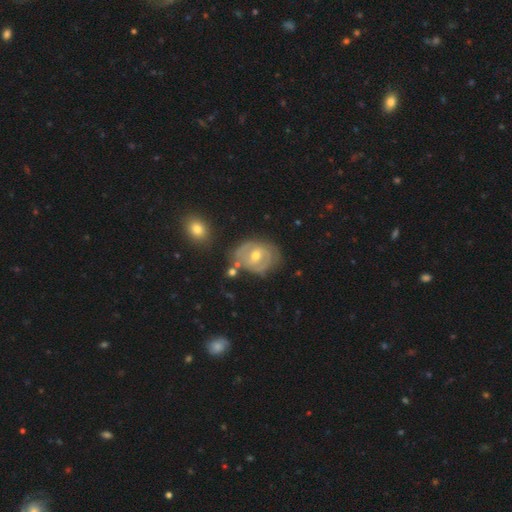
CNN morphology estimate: This is likely a featured or disk galaxy (70%). It is clearly not viewed edge-on (96%). Bar: marginally weak (44%). Spiral arm pattern: likely yes (68%). Central bulge: likely moderate (69%). Merging: likely none (63%).